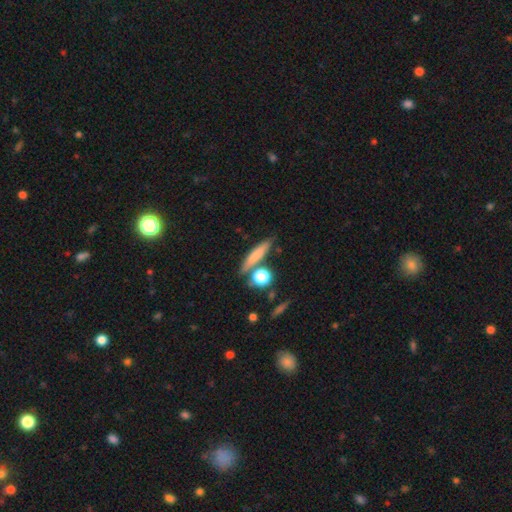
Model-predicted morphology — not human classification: Overall: smooth (67%). How rounded: cigar-shaped (74%). Merging: none (74%).